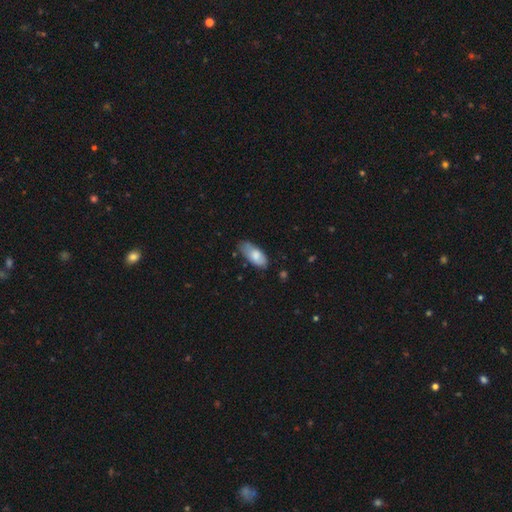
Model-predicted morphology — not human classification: Q: Smooth or featured?
A: smooth (79%); runner-up: featured or disk (15%)
Q: How rounded?
A: in between (86%); runner-up: cigar-shaped (12%)
Q: Merging?
A: none (58%); runner-up: minor disturbance (33%)